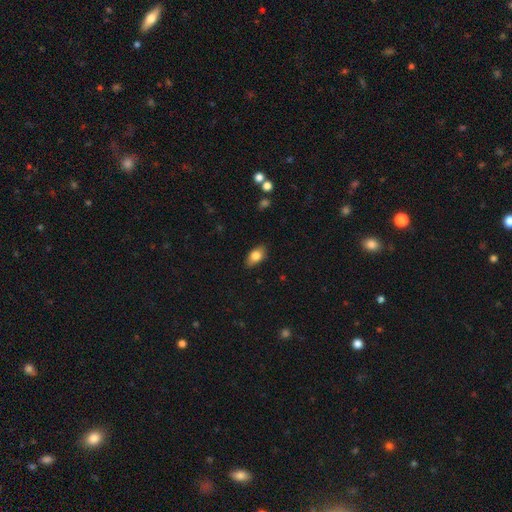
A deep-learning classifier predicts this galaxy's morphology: smooth-or-featured: smooth: 81% | featured or disk: 12% | star or artifact: 8%
  how-rounded: in between: 88% | round: 9% | cigar-shaped: 4%
  merging: none: 84% | minor disturbance: 13% | major disturbance: 2% | merger: 1%